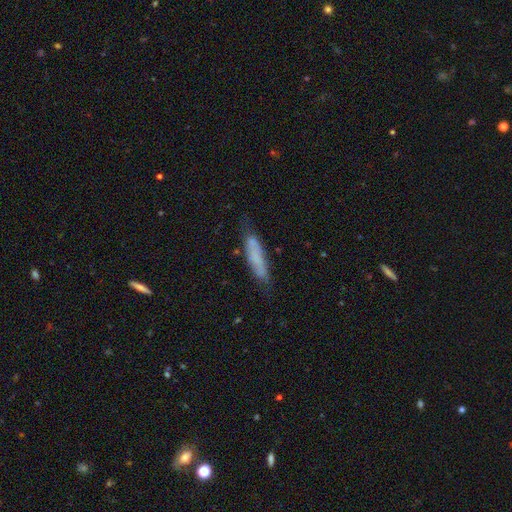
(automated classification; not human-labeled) smooth-or-featured: smooth: 59% | featured or disk: 33% | star or artifact: 9%
  how-rounded: cigar-shaped: 80% | in between: 18% | round: 2%
  merging: none: 63% | minor disturbance: 25% | major disturbance: 8% | merger: 4%